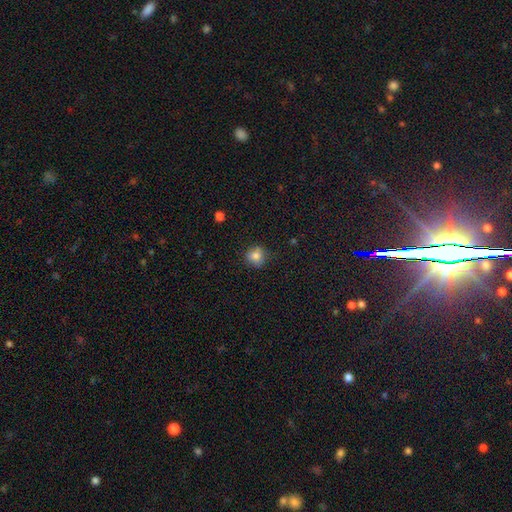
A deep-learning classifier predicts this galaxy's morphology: smooth_or_featured: smooth (p=0.82) [alt: star or artifact p=0.11]
how_rounded: round (p=0.88) [alt: in between p=0.11]
merging: none (p=0.81) [alt: minor disturbance p=0.14]